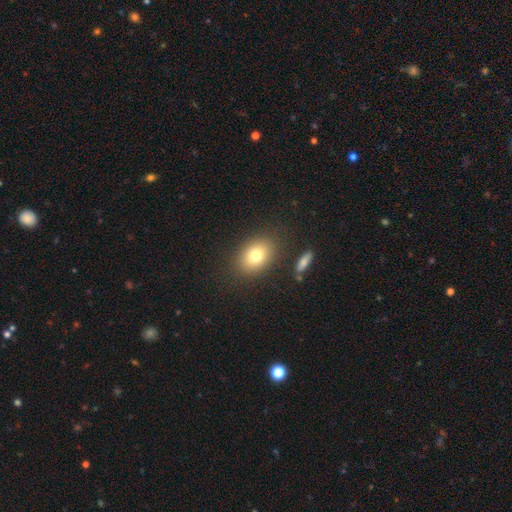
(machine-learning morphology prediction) type=smooth (77%); roundness=in between (71%); merging=none (84%).